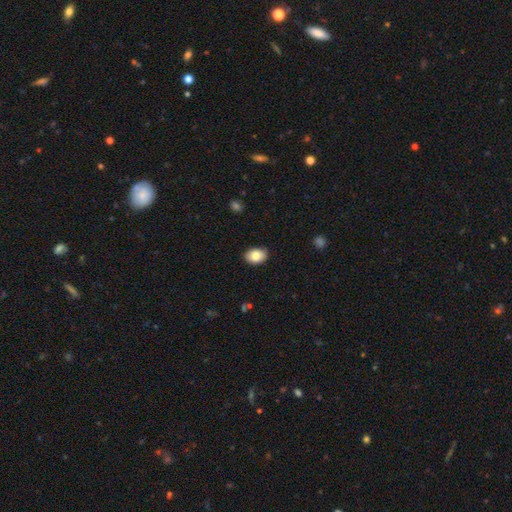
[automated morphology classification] Q: Smooth or featured?
A: smooth (84%); runner-up: featured or disk (9%)
Q: How rounded?
A: in between (82%); runner-up: round (17%)
Q: Merging?
A: none (87%); runner-up: minor disturbance (10%)